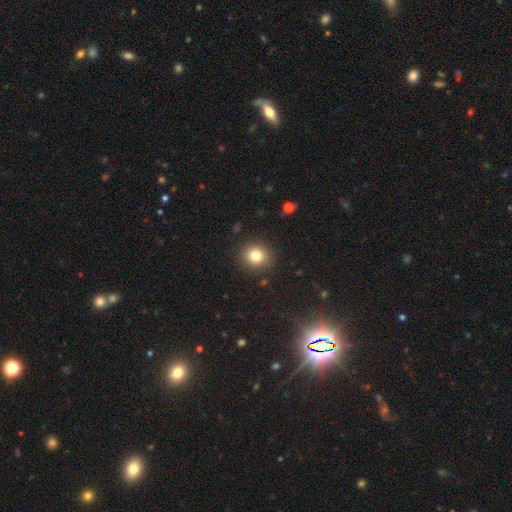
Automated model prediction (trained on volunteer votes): A smooth galaxy with no disk features (81%) that is round (86%). Merging: none (90%).